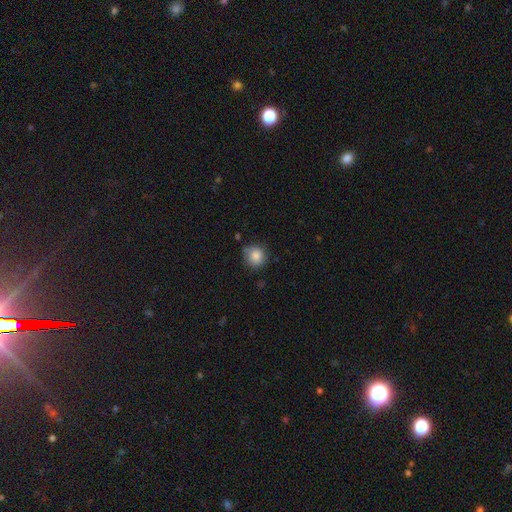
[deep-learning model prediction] A smooth galaxy with no disk features (86%) that is round (90%).

Vote fractions:
- Smooth or featured? smooth: 86% / star or artifact: 9% / featured or disk: 6%
- How rounded? round: 90% / in between: 9% / cigar-shaped: 1%
- Merging? none: 75% / minor disturbance: 18% / major disturbance: 4% / merger: 3%